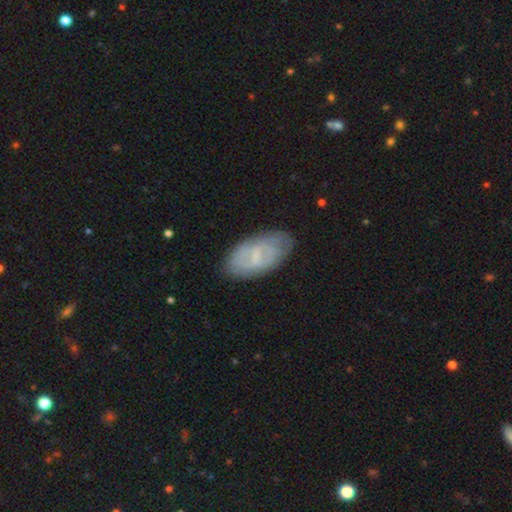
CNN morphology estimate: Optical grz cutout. It shows a featured or disk galaxy (58%) with a weak bar (54%), spiral arms (64%) and a small central bulge (40%). Merging: none (75%).